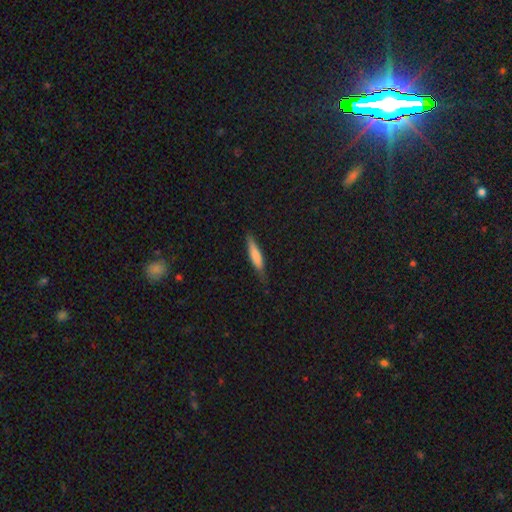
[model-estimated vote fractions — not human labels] This is likely a smooth galaxy (72%). How rounded: clearly cigar-shaped (82%). Merging: likely none (76%).